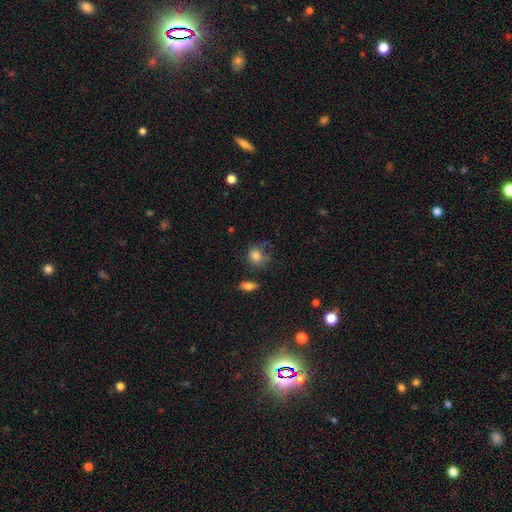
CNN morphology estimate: type=smooth (79%); roundness=round (68%); merging=none (48%).